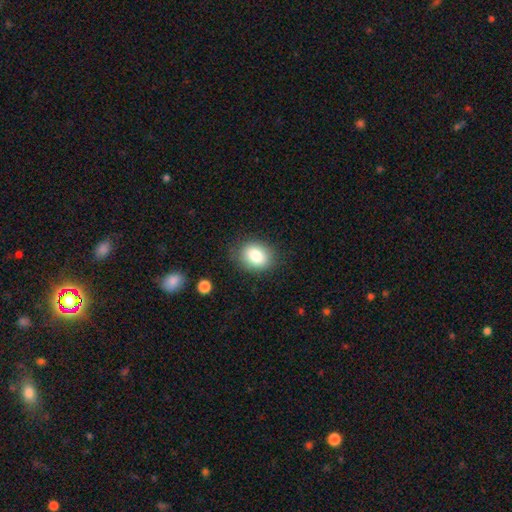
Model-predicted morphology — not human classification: Smooth or featured? smooth (83%)
How rounded? in between (54%)
Merging? none (82%)